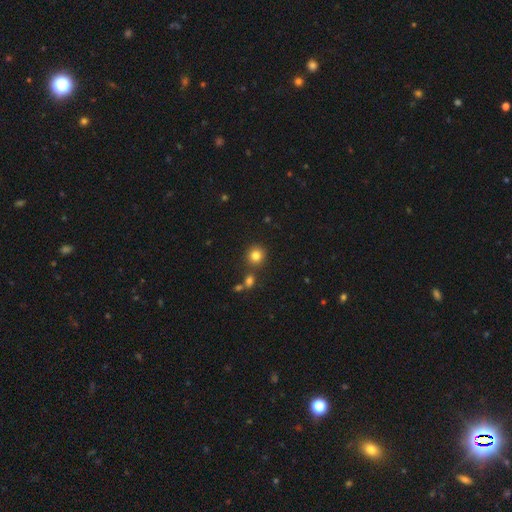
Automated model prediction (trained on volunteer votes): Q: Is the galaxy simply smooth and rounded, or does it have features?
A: smooth — 81%.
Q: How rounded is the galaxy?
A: round — 91%.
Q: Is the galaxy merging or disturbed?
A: none — 80%.